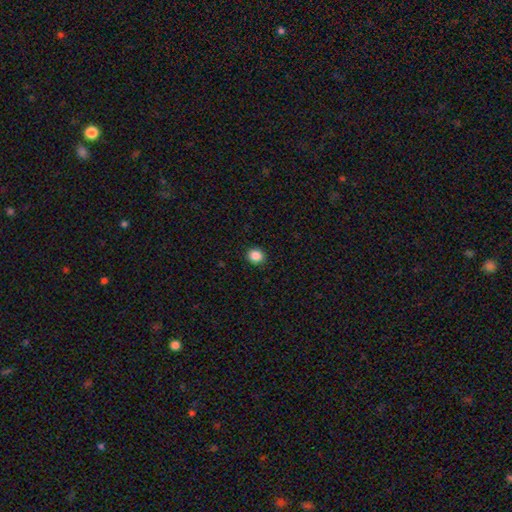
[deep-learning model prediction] Overall: smooth (87%). How rounded: round (77%). Merging: none (92%).